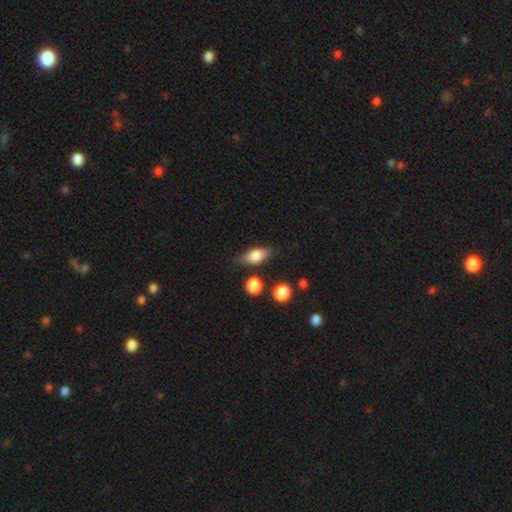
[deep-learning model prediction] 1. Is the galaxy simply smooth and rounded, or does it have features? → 75% smooth, 18% featured or disk, 7% star or artifact.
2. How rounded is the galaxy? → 80% in between, 12% cigar-shaped, 8% round.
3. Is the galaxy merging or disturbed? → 74% none, 18% minor disturbance, 4% major disturbance, 4% merger.